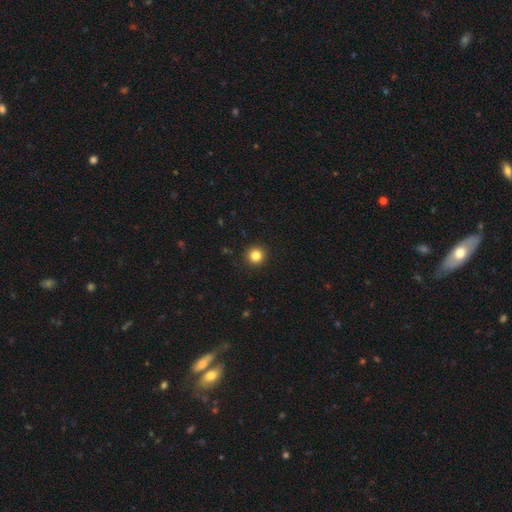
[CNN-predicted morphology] Q: Smooth or featured?
A: smooth (83%); runner-up: star or artifact (12%)
Q: How rounded?
A: round (95%); runner-up: in between (4%)
Q: Merging?
A: none (93%); runner-up: minor disturbance (4%)